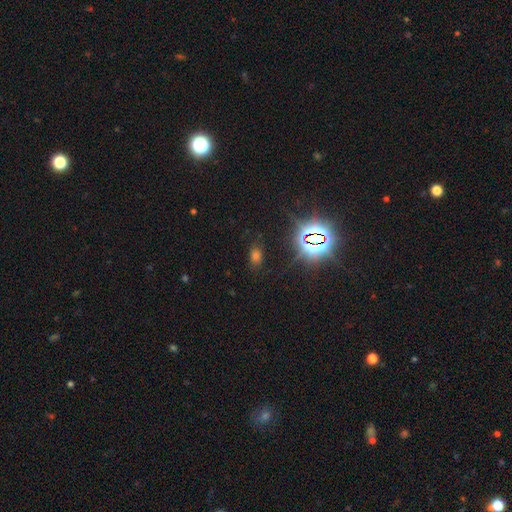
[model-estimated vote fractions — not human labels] Smooth or featured: smooth — 47% (star or artifact — 45%)
Merging: none — 81% (minor disturbance — 12%)